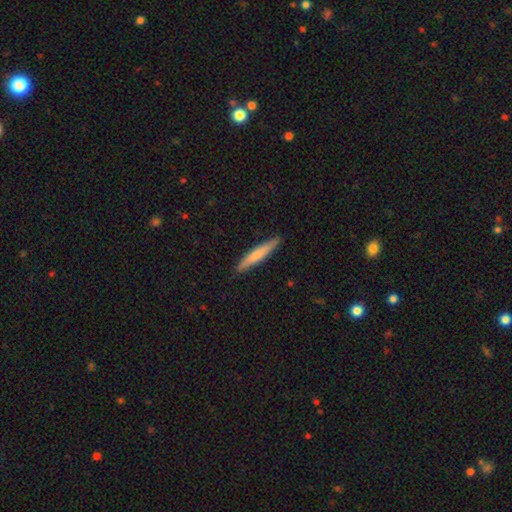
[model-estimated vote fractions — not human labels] Smooth or featured?
  - smooth: 64% *
  - featured or disk: 30%
  - star or artifact: 5%
How rounded?
  - cigar-shaped: 94% *
  - in between: 5%
  - round: 1%
Merging?
  - none: 90% *
  - minor disturbance: 7%
  - major disturbance: 1%
  - merger: 1%